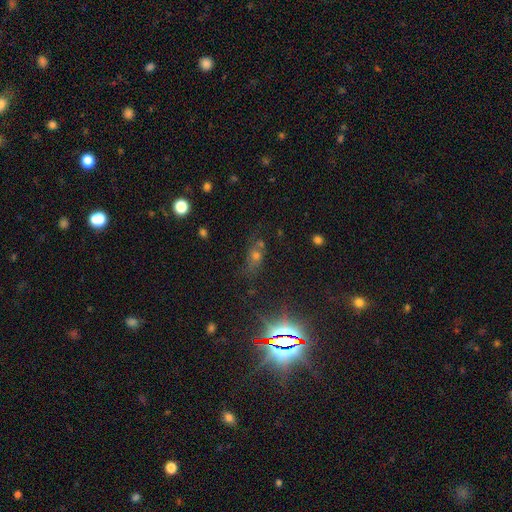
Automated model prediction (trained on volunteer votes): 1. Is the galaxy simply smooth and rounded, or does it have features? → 61% star or artifact, 23% smooth, 16% featured or disk.